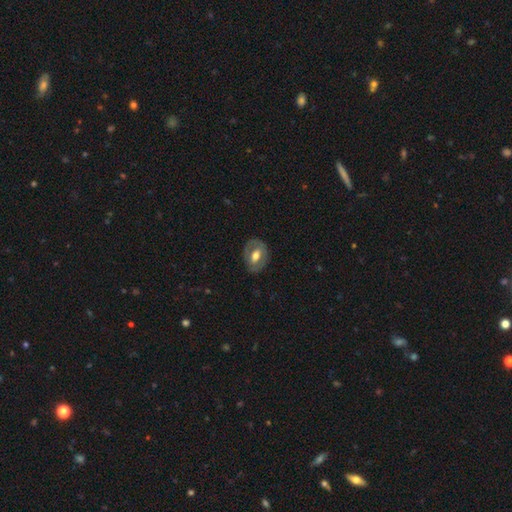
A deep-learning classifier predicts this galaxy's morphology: Smooth or featured?
  - smooth: 47% * (tied)
  - featured or disk: 47% * (tied)
  - star or artifact: 6%
Merging?
  - none: 79% *
  - minor disturbance: 14%
  - major disturbance: 5%
  - merger: 1%